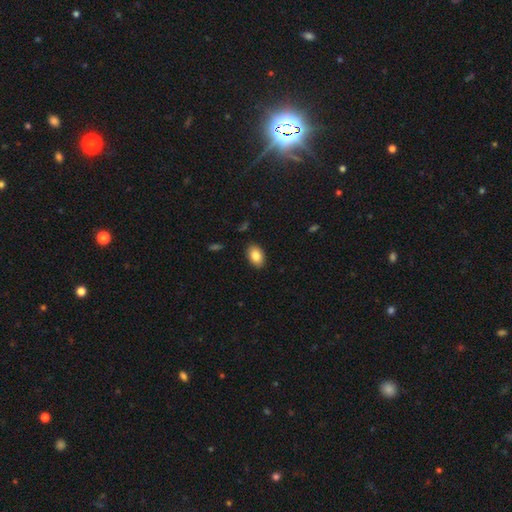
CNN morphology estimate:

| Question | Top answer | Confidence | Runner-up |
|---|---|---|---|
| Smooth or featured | smooth | 85% | featured or disk (8%) |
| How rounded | in between | 88% | round (10%) |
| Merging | none | 88% | minor disturbance (9%) |